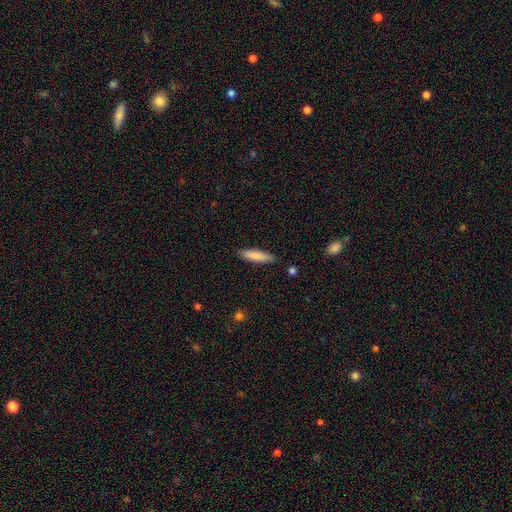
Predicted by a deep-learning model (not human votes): Smooth or featured? Predicted: smooth (p=0.84). How rounded? Predicted: cigar-shaped (p=0.75). Merging? Predicted: none (p=0.85).